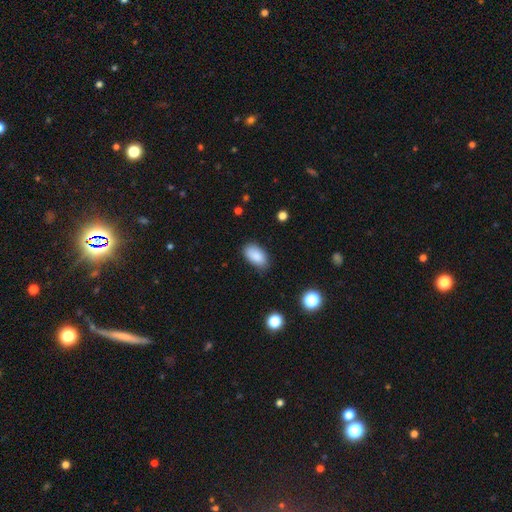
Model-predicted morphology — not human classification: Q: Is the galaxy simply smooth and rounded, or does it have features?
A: smooth — 87%.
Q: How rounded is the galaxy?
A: in between — 93%.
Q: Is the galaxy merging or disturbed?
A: none — 78%.